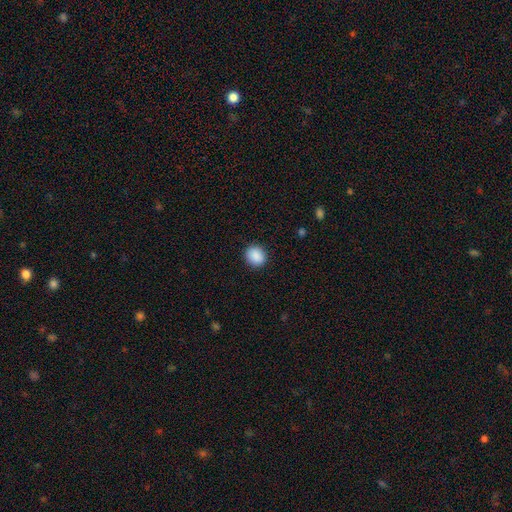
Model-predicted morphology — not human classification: type=smooth (89%); roundness=round (75%); merging=none (90%).